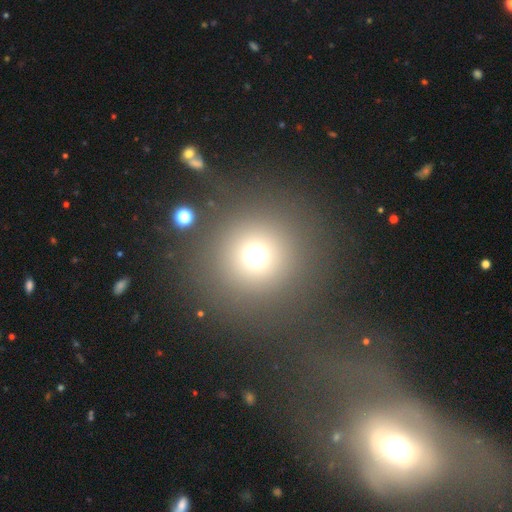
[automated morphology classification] This is likely a smooth galaxy (70%). How rounded: clearly round (95%). Merging: clearly none (83%).